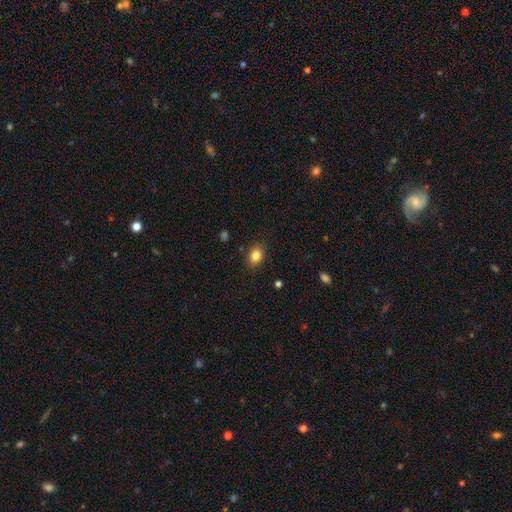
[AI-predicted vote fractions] smooth 84%, star or artifact 9%, featured or disk 6%. Down the decision tree: how rounded — in between (73%); merging — none (86%).